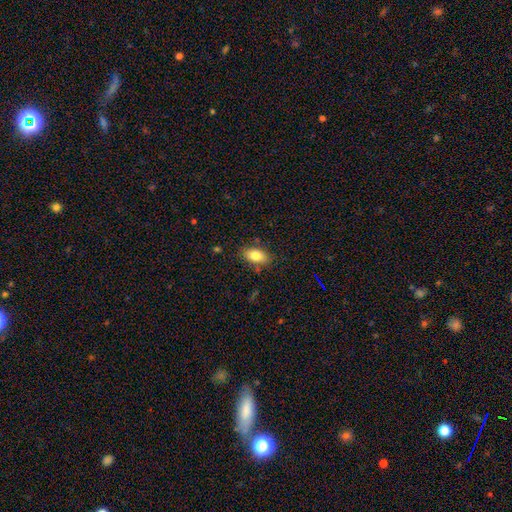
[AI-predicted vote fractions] This appears to be a smooth galaxy with no disk features (82%) that is in between round and cigar-shaped (90%). Merging: none (81%).